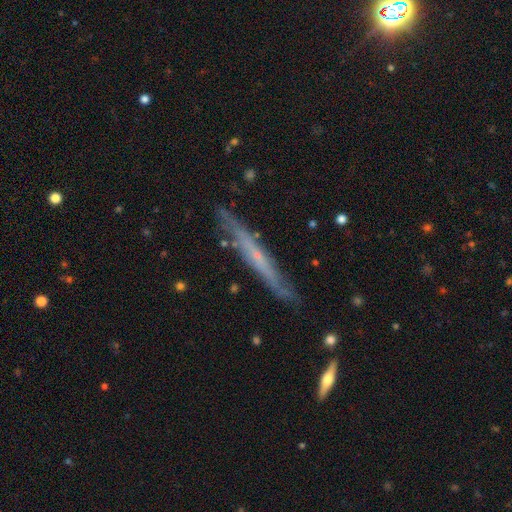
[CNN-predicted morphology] The model was most divided on "edge-on bulge": none: 63%, rounded: 32%, boxy: 5%. More confident: edge-on disk — yes (88%); merging — none (81%); smooth or featured — featured or disk (64%).